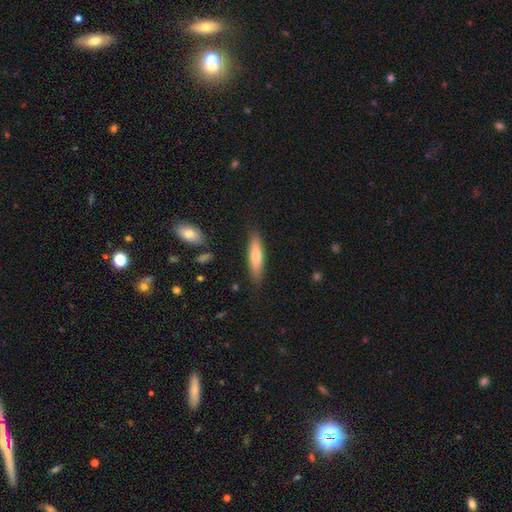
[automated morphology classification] A smooth galaxy with no disk features (64%) that is cigar-shaped (76%).

Vote fractions:
- Smooth or featured? smooth: 64% / featured or disk: 30% / star or artifact: 6%
- How rounded? cigar-shaped: 76% / in between: 22% / round: 2%
- Merging? none: 85% / minor disturbance: 11% / major disturbance: 2% / merger: 2%